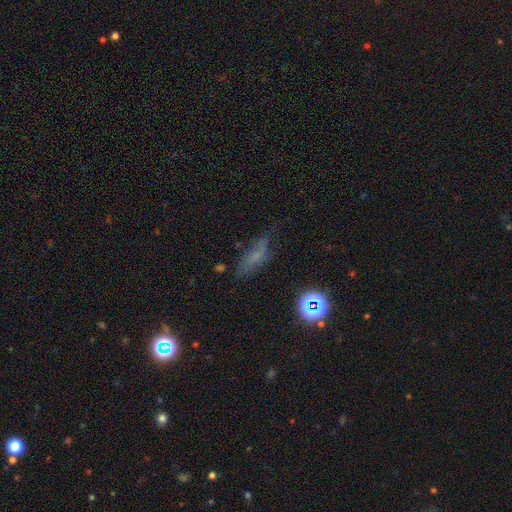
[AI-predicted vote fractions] smooth_or_featured: smooth (p=0.54) [alt: featured or disk p=0.26]
how_rounded: in between (p=0.54) [alt: cigar-shaped p=0.40]
merging: none (p=0.61) [alt: minor disturbance p=0.26]